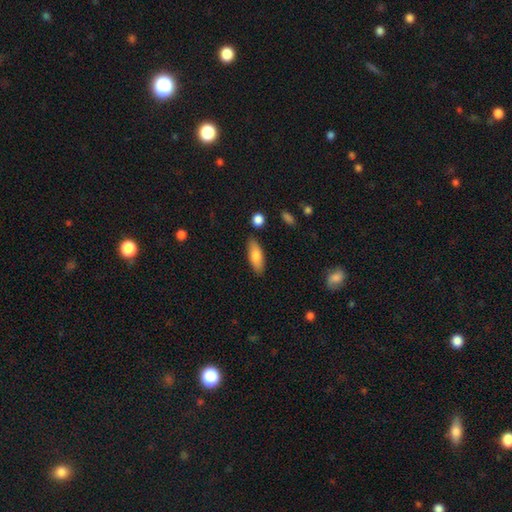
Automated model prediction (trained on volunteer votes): smooth 79%, featured or disk 15%, star or artifact 6%. Down the decision tree: how rounded — in between (70%); merging — none (84%).